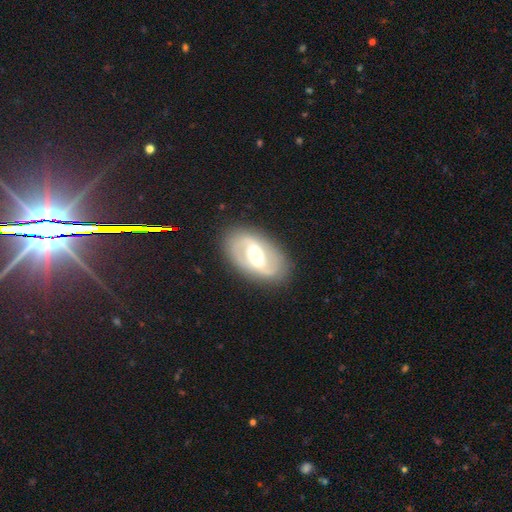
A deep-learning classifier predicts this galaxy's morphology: Smooth or featured? featured or disk (77%)
Edge-on disk? no (95%)
Bar? strong (43%)
Spiral arms? yes (76%)
Spiral winding? medium (44%)
Spiral arm count? 2 (86%)
Bulge size? moderate (58%)
Merging? none (84%)